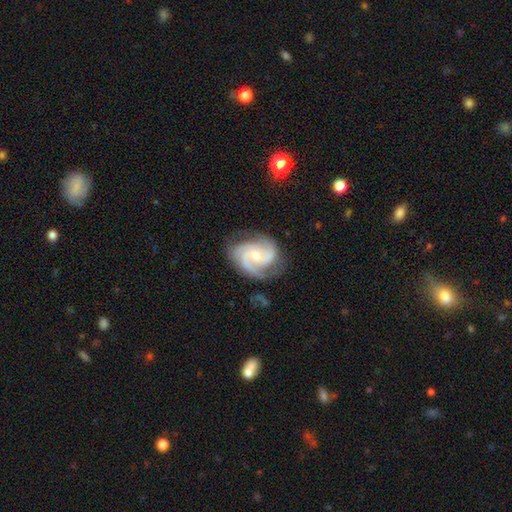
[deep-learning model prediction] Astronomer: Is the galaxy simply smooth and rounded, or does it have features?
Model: featured or disk — 88%.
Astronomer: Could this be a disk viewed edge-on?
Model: no — 98%.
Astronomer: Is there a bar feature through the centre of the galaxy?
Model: no — 59%.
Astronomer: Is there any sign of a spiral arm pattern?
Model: yes — 98%.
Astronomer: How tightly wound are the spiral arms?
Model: medium — 50% (runner-up: tight, 38%).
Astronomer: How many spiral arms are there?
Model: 3 — 46% (runner-up: 2, 36%).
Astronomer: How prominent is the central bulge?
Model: small — 55% (runner-up: moderate, 41%).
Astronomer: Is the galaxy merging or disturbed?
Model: none — 72%.